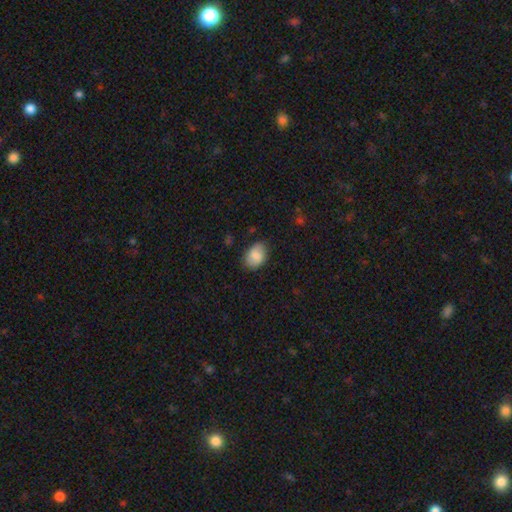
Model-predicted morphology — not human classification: Smooth or featured?
  - smooth: 81% *
  - featured or disk: 12%
  - star or artifact: 7%
How rounded?
  - in between: 80% *
  - round: 19%
  - cigar-shaped: 1%
Merging?
  - none: 75% *
  - minor disturbance: 19%
  - major disturbance: 4%
  - merger: 1%